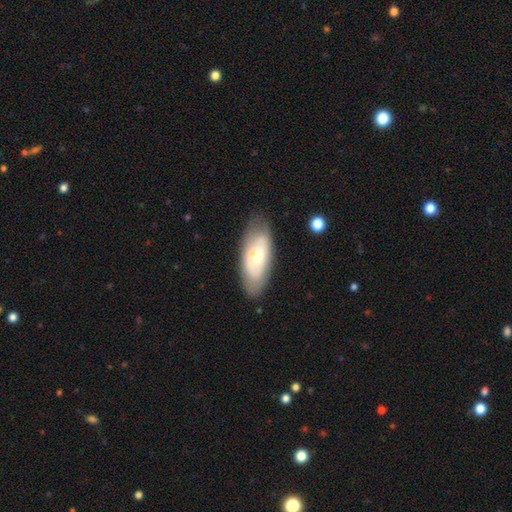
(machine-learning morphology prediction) A smooth galaxy with no disk features (50%).

Vote fractions:
- Smooth or featured? smooth: 50% / featured or disk: 44% / star or artifact: 6%
- Merging? none: 76% / minor disturbance: 16% / major disturbance: 5% / merger: 2%